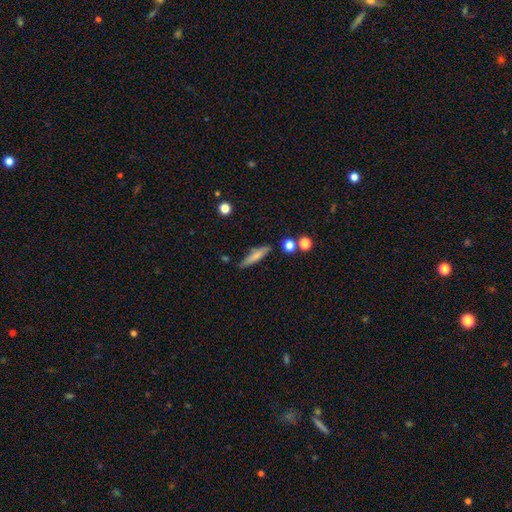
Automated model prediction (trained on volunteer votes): smooth-or-featured: smooth: 70% | featured or disk: 22% | star or artifact: 7%
  how-rounded: cigar-shaped: 81% | in between: 16% | round: 3%
  merging: none: 77% | minor disturbance: 14% | merger: 5% | major disturbance: 3%